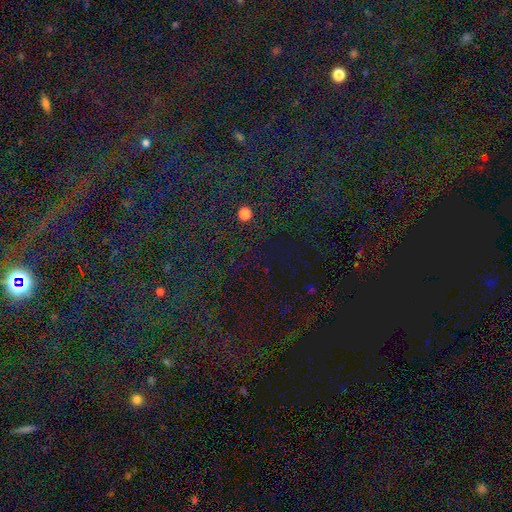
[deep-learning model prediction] smooth_or_featured: star or artifact (p=0.63) [alt: smooth p=0.32]